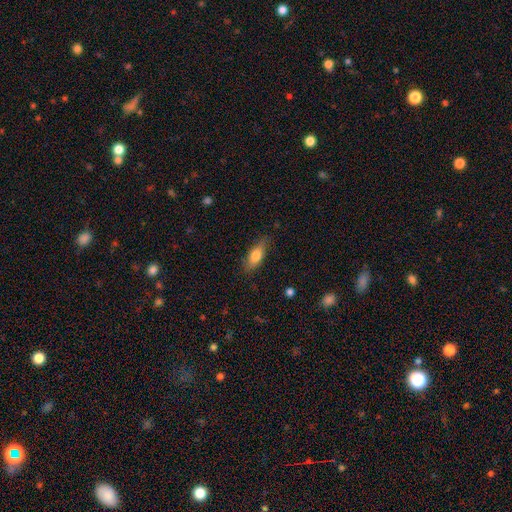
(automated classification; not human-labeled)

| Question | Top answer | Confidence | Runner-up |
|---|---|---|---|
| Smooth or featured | smooth | 72% | featured or disk (22%) |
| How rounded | in between | 68% | cigar-shaped (29%) |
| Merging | none | 80% | minor disturbance (16%) |